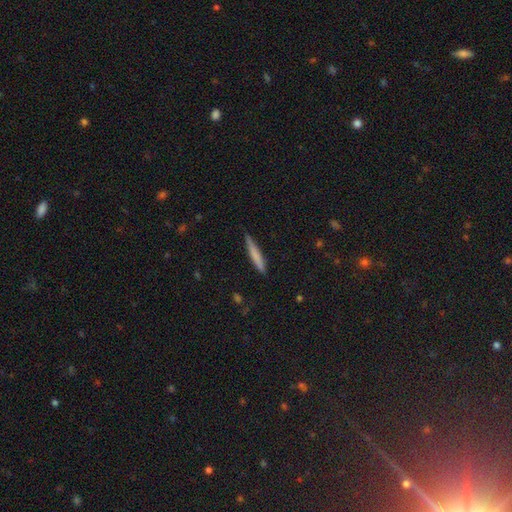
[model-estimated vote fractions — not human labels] A smooth galaxy with no disk features (70%) that is cigar-shaped (95%).

Vote fractions:
- Smooth or featured? smooth: 70% / featured or disk: 24% / star or artifact: 6%
- How rounded? cigar-shaped: 95% / in between: 4% / round: 1%
- Merging? none: 83% / minor disturbance: 14% / major disturbance: 2% / merger: 1%